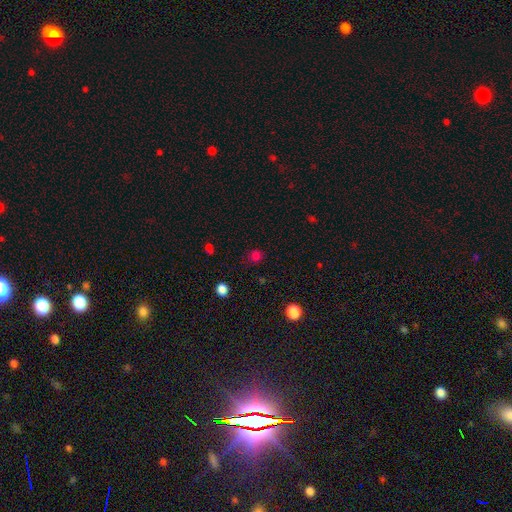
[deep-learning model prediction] smooth_or_featured: smooth (p=0.71) [alt: star or artifact p=0.24]
how_rounded: round (p=0.82) [alt: in between p=0.17]
merging: none (p=0.82) [alt: minor disturbance p=0.12]